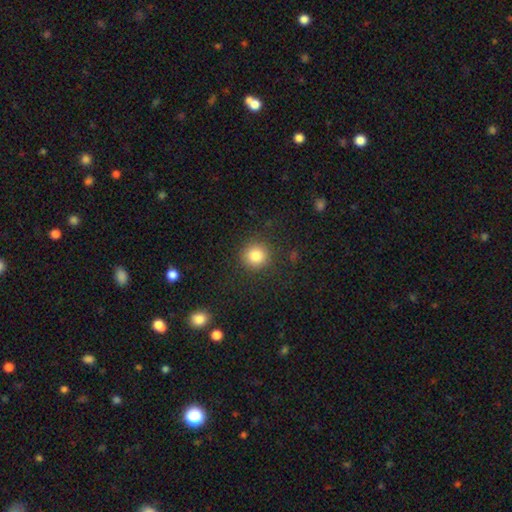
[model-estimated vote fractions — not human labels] Overall: smooth (84%). How rounded: round (93%). Merging: none (88%).